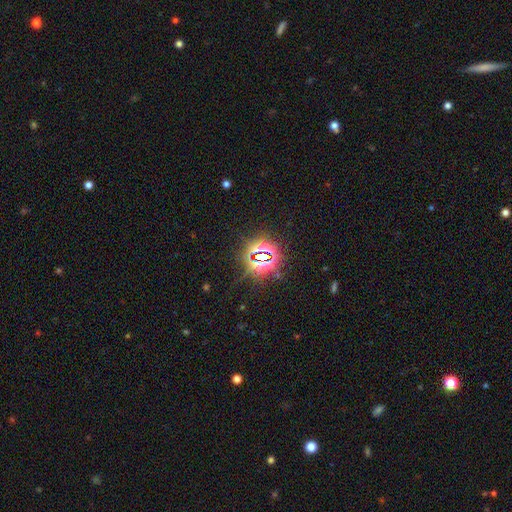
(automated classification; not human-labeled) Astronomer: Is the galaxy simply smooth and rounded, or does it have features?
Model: star or artifact — 80%.